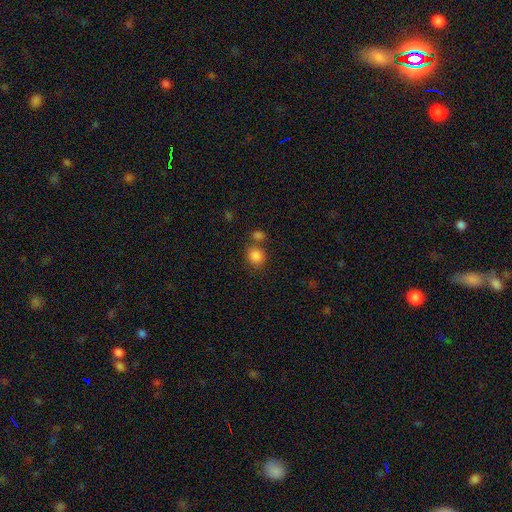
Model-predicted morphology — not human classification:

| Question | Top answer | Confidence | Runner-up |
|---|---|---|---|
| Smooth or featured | smooth | 85% | star or artifact (10%) |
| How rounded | round | 76% | in between (23%) |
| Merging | none | 62% | merger (23%) |